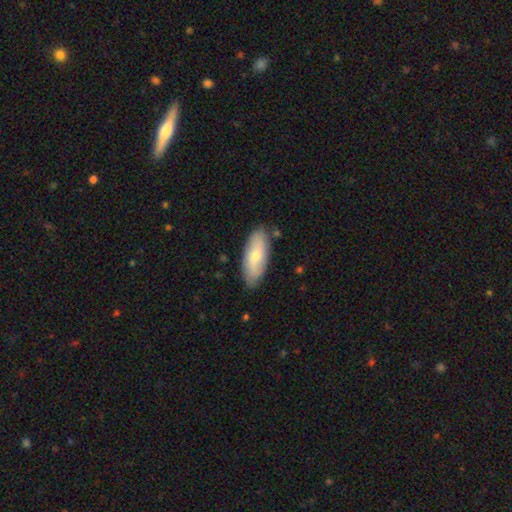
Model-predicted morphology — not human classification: smooth-or-featured: smooth: 61% | featured or disk: 33% | star or artifact: 6%
  how-rounded: in between: 77% | cigar-shaped: 20% | round: 2%
  merging: none: 83% | minor disturbance: 13% | major disturbance: 2% | merger: 2%